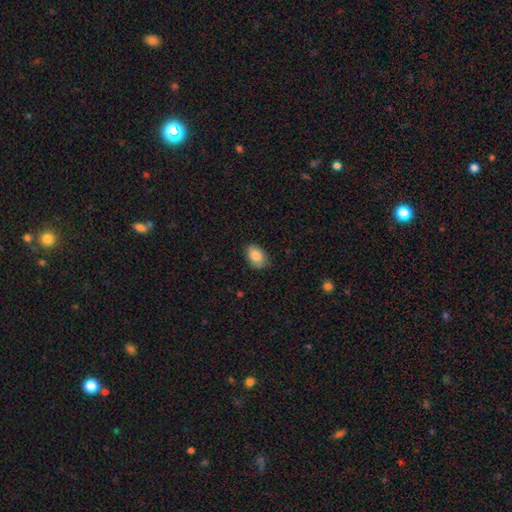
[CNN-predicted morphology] Smooth or featured? Predicted: smooth (p=0.83). How rounded? Predicted: in between (p=0.83). Merging? Predicted: none (p=0.83).